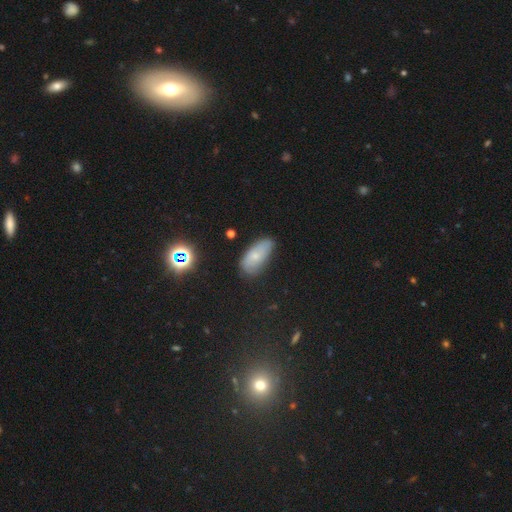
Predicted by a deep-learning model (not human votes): Smooth or featured: smooth — 60% (featured or disk — 26%)
How rounded: in between — 90% (cigar-shaped — 6%)
Merging: none — 65% (minor disturbance — 27%)